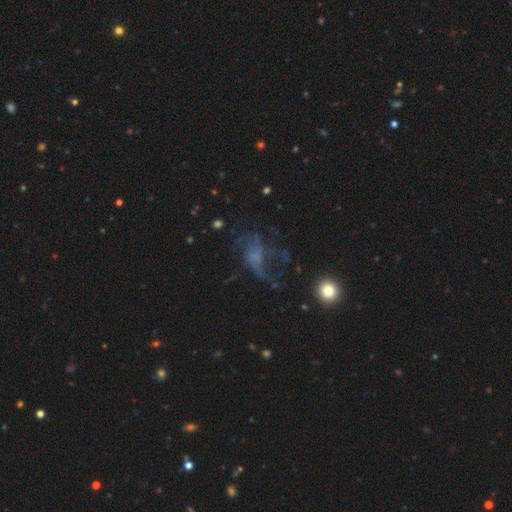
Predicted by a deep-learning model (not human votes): Overall: featured or disk (54%; smooth 26%). Edge-on disk: no (95%). Bar: no (75%). Spiral arms: yes (54%; no 46%). Bulge size: none (59%; small 23%). Merging: major disturbance (44%; none 36%).